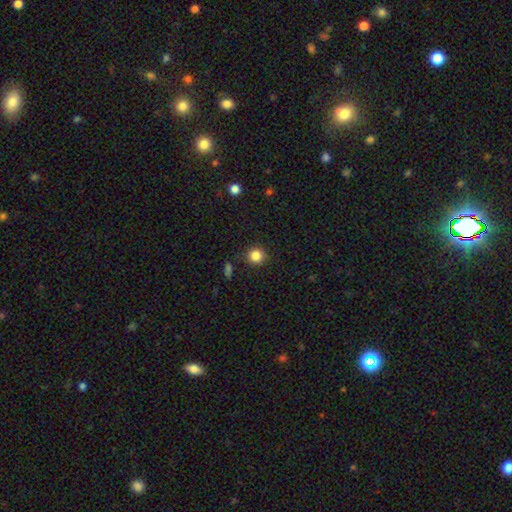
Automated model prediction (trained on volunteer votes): smooth_or_featured: smooth (p=0.85) [alt: star or artifact p=0.11]
how_rounded: round (p=0.89) [alt: in between p=0.10]
merging: none (p=0.87) [alt: minor disturbance p=0.09]